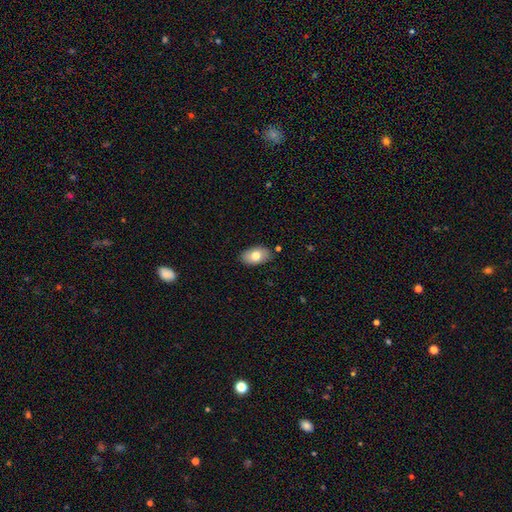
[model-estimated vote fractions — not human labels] Smooth or featured: smooth — 77% (featured or disk — 16%)
How rounded: in between — 92% (round — 6%)
Merging: none — 85% (minor disturbance — 11%)